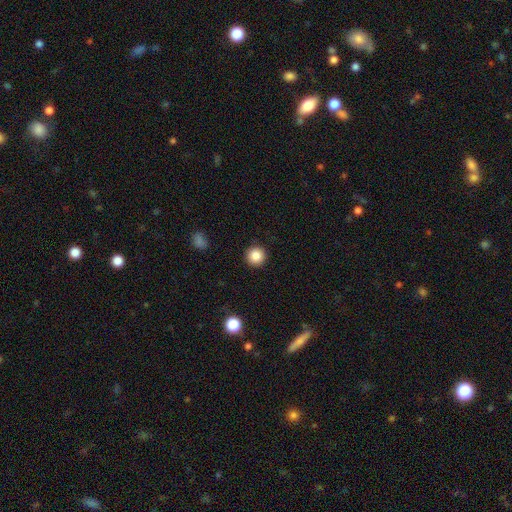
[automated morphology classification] smooth 86%, star or artifact 10%, featured or disk 4%. Down the decision tree: how rounded — round (96%); merging — none (92%).